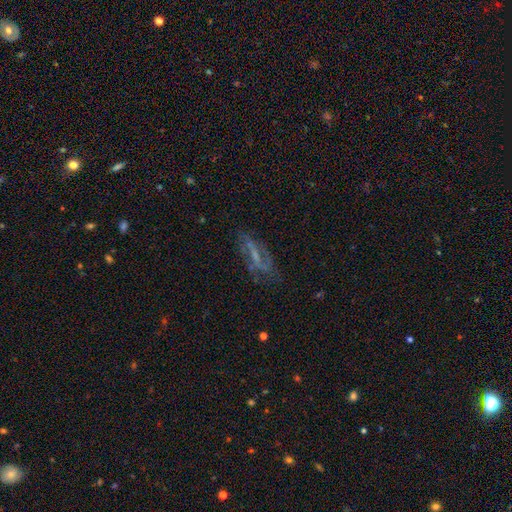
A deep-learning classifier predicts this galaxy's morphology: Overall: featured or disk (64%). Edge-on disk: no (81%). Bar: weak (38%; strong 35%). Spiral arms: yes (71%). Bulge size: small (43%; none 32%). Merging: none (61%).